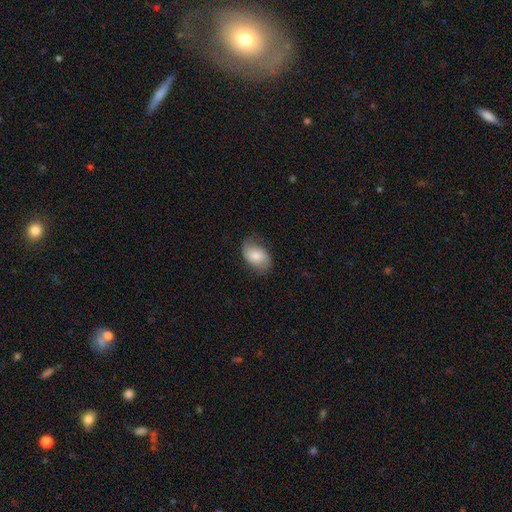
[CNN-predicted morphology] smooth 67%, featured or disk 26%, star or artifact 7%. Down the decision tree: how rounded — in between (89%); merging — none (70%).